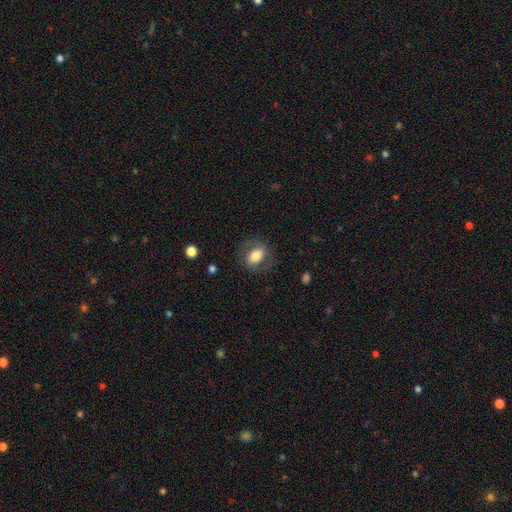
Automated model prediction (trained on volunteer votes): Smooth or featured?
  - smooth: 61% *
  - featured or disk: 31%
  - star or artifact: 7%
How rounded?
  - in between: 72% *
  - round: 26%
  - cigar-shaped: 2%
Merging?
  - none: 73% *
  - minor disturbance: 15%
  - major disturbance: 10%
  - merger: 1%